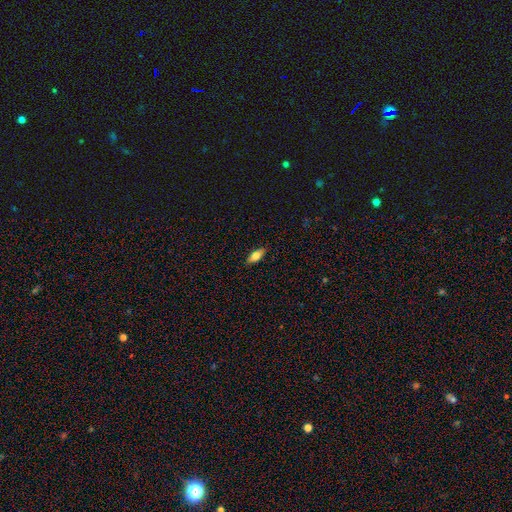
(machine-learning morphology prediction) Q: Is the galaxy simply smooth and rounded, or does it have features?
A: smooth — 72%.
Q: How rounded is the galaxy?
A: in between — 80%.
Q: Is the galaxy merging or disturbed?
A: none — 87%.